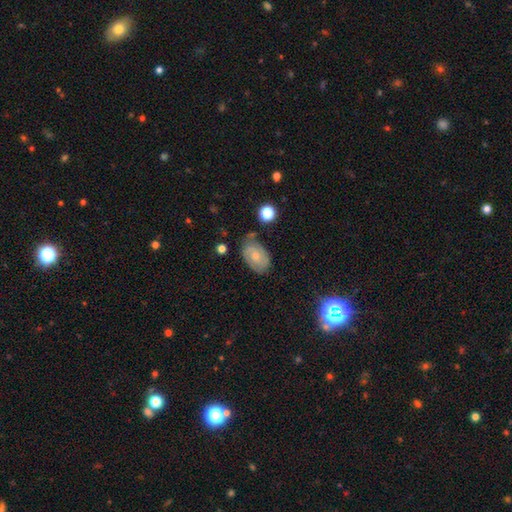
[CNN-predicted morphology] The model was most divided on "smooth or featured": featured or disk: 49%, smooth: 42%, star or artifact: 9%. More confident: merging — none (62%).